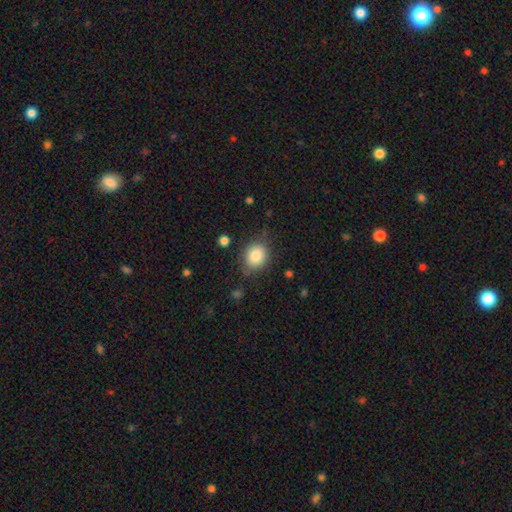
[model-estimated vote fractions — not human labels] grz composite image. It shows a smooth galaxy with no disk features (84%) that is round (64%). Merging: none (77%).